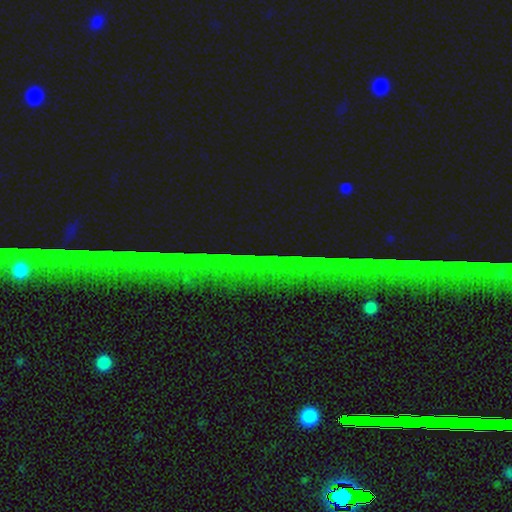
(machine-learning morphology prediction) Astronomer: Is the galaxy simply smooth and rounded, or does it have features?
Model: star or artifact — 82%.